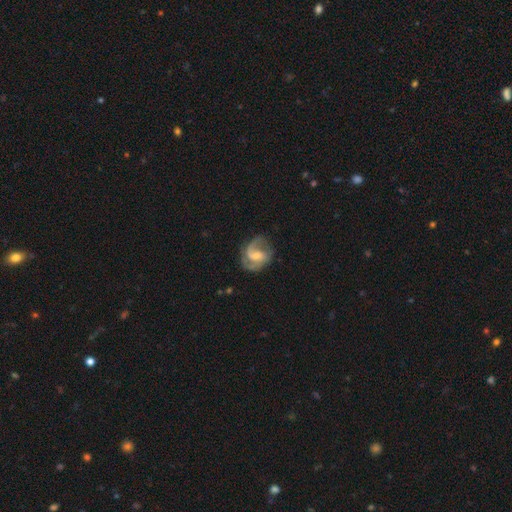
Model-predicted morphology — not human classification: A featured or disk galaxy (79%) with a weak bar (51%), 2 (68%) medium (51%) spiral arms (94%) and a moderate central bulge (44%). Merging: none (62%).